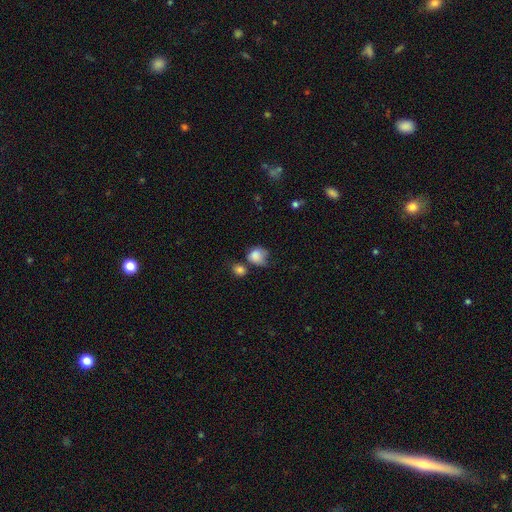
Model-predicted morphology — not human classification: Smooth or featured?
  - smooth: 81% *
  - featured or disk: 9%
  - star or artifact: 9%
How rounded?
  - round: 62% *
  - in between: 37%
  - cigar-shaped: 1%
Merging?
  - none: 34% *
  - minor disturbance: 30%
  - merger: 20%
  - major disturbance: 16%